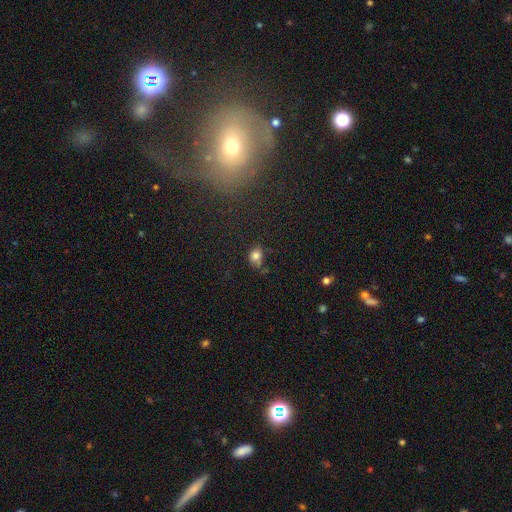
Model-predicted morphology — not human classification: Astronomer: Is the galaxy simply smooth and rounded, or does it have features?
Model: smooth — 79%.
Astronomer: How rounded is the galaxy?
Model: round — 52% (runner-up: in between, 47%).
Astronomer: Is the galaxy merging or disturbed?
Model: none — 51%.